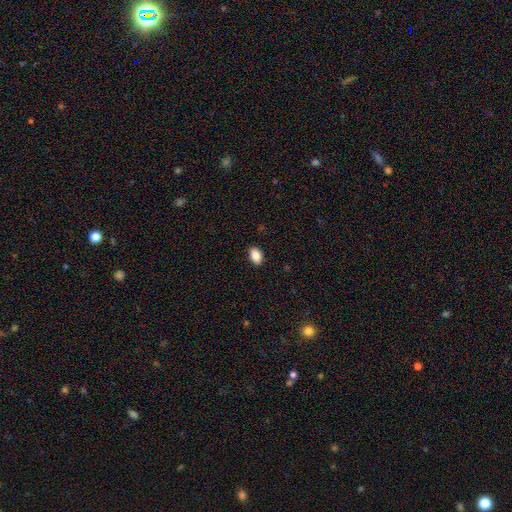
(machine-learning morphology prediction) smooth 87%, star or artifact 8%, featured or disk 5%. Down the decision tree: how rounded — in between (85%); merging — none (90%).